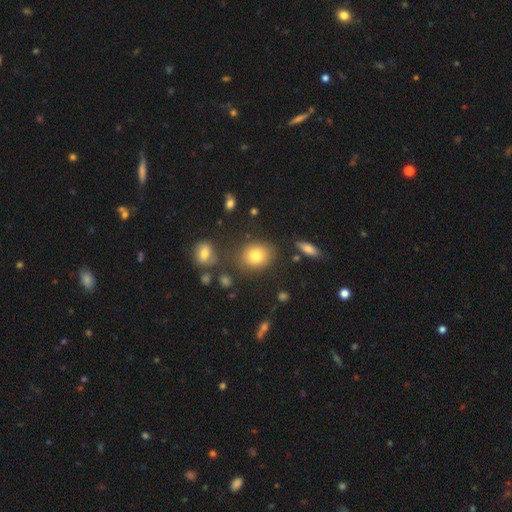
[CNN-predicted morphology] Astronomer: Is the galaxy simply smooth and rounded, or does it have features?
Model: smooth — 79%.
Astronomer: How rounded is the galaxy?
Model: round — 62% (runner-up: in between, 37%).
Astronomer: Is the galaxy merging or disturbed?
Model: none — 77%.